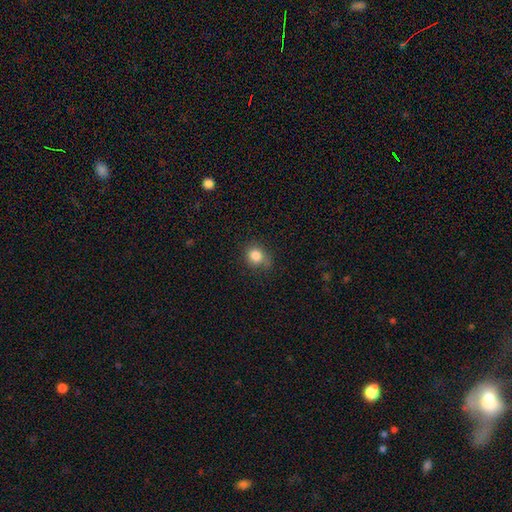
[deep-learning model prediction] Smooth or featured? smooth (83%)
How rounded? round (71%)
Merging? none (65%)